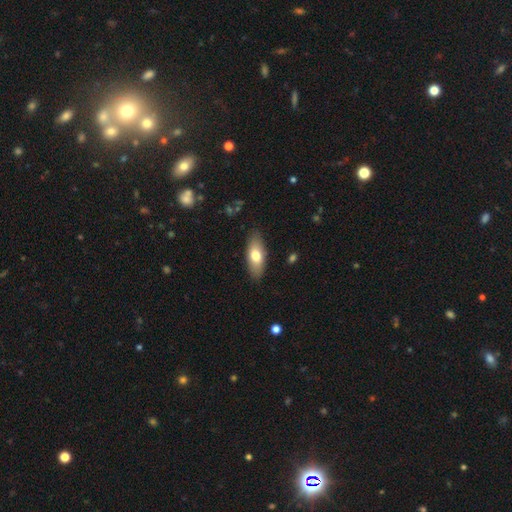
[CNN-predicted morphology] Smooth or featured? Predicted: smooth (p=0.72). How rounded? Predicted: in between (p=0.80). Merging? Predicted: none (p=0.86).